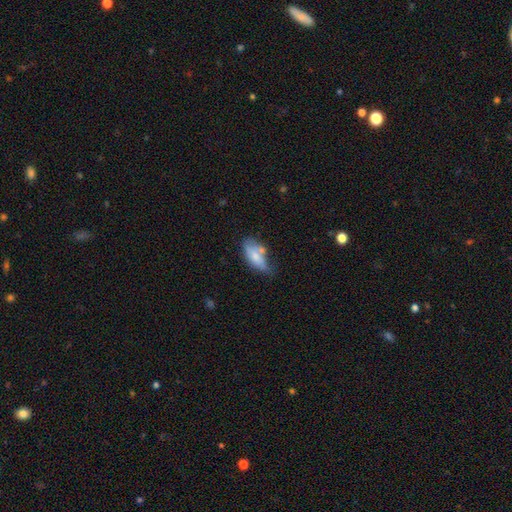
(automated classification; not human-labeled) smooth-or-featured: smooth: 69% | featured or disk: 24% | star or artifact: 7%
  how-rounded: in between: 83% | cigar-shaped: 14% | round: 3%
  merging: none: 42% | minor disturbance: 31% | merger: 16% | major disturbance: 11%